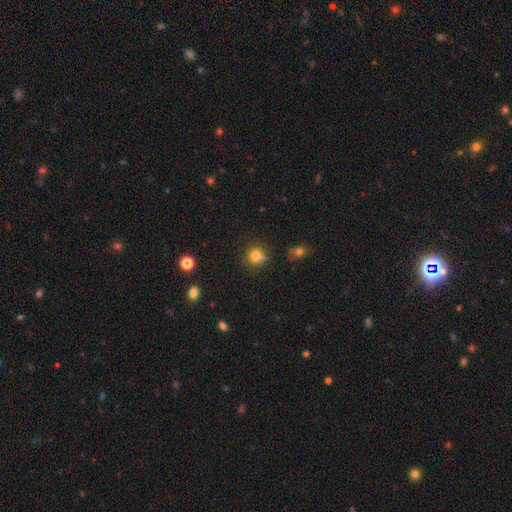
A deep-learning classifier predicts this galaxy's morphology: Overall: smooth (77%). How rounded: round (77%). Merging: none (61%; minor disturbance 23%).